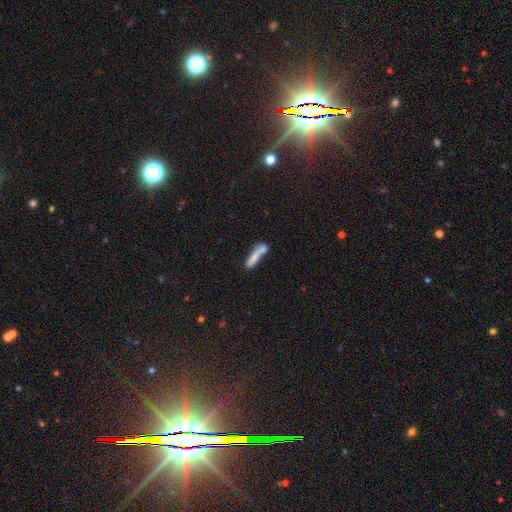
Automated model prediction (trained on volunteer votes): smooth-or-featured: smooth: 70% | featured or disk: 21% | star or artifact: 8%
  how-rounded: cigar-shaped: 73% | in between: 24% | round: 3%
  merging: merger: 40% | none: 37% | minor disturbance: 15% | major disturbance: 8%